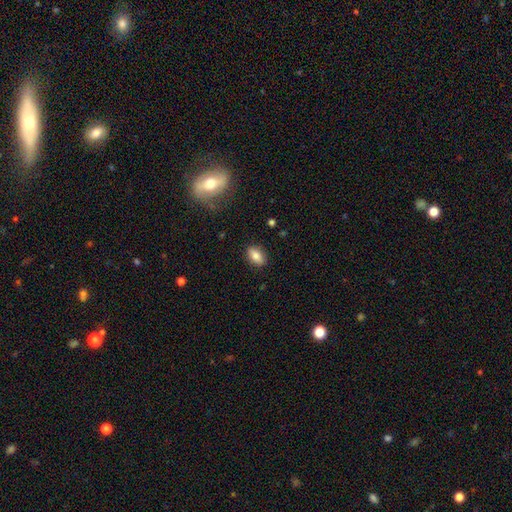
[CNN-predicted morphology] type=smooth (79%); roundness=in between (85%); merging=none (86%).